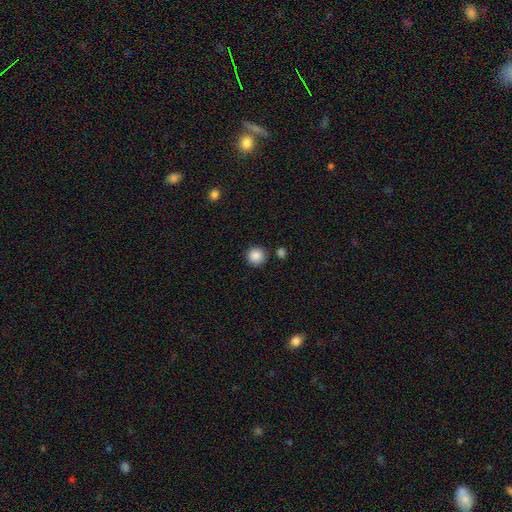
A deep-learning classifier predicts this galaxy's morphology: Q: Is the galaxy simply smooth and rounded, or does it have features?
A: smooth — 88%.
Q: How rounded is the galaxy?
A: round — 94%.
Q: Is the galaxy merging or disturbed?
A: none — 87%.